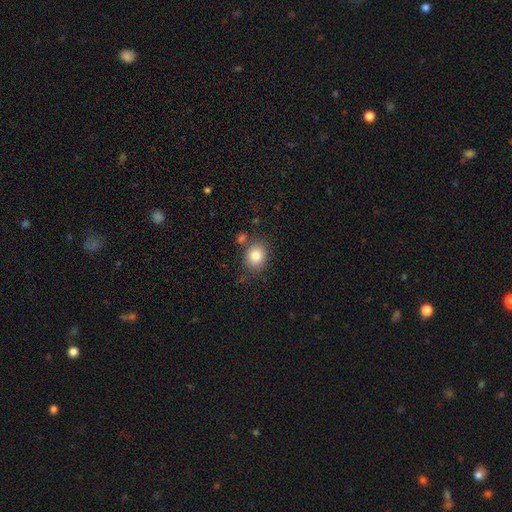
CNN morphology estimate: This is clearly a smooth galaxy (84%). How rounded: possibly round (58%). Merging: likely none (76%).